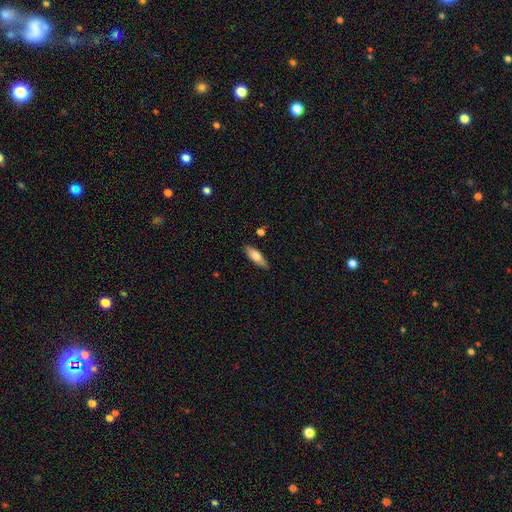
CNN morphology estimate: This is likely a smooth galaxy (64%). How rounded: possibly in between (57%). Merging: clearly none (86%).